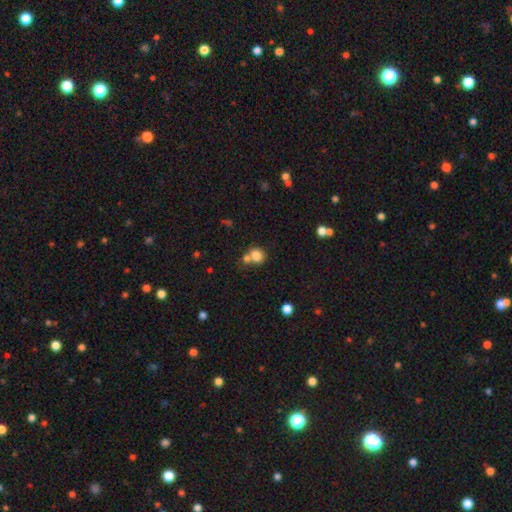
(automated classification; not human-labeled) smooth_or_featured: smooth (p=0.81) [alt: star or artifact p=0.11]
how_rounded: round (p=0.77) [alt: in between p=0.22]
merging: none (p=0.49) [alt: merger p=0.37]